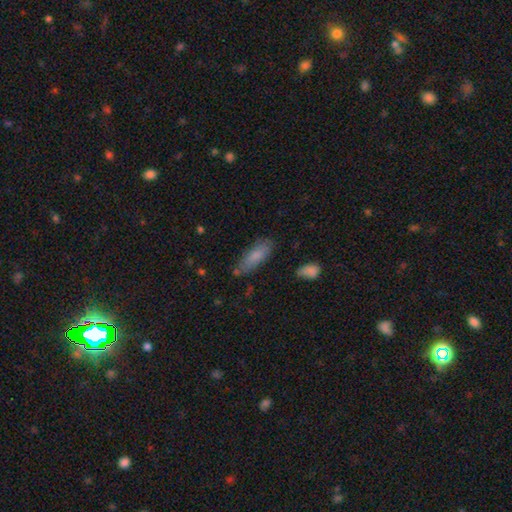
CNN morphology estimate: type=smooth (80%); roundness=in between (60%); merging=none (73%).